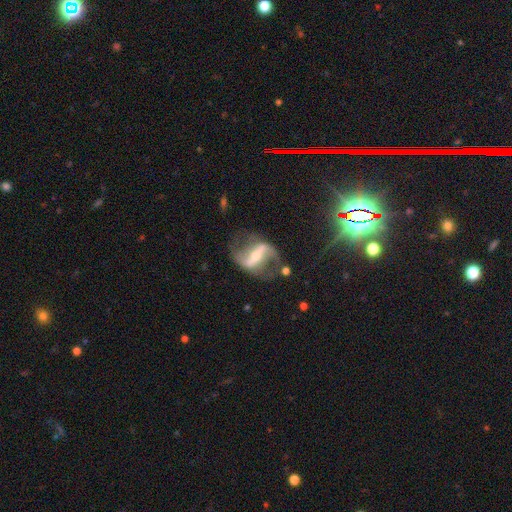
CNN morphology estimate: This appears to be a featured or disk galaxy (85%) with a strong bar (73%), 2 (89%) loose (69%) spiral arms (86%) and a small central bulge (50%). Merging: none (60%).